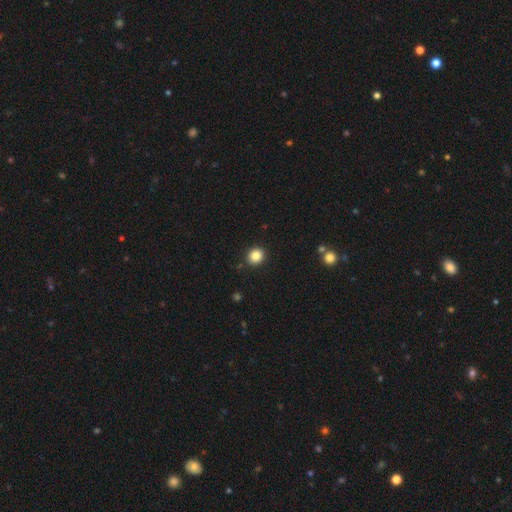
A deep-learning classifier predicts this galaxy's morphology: A smooth galaxy with no disk features (84%) that is round (85%).

Vote fractions:
- Smooth or featured? smooth: 84% / star or artifact: 11% / featured or disk: 5%
- How rounded? round: 85% / in between: 15% / cigar-shaped: 1%
- Merging? none: 91% / minor disturbance: 6% / major disturbance: 2% / merger: 2%